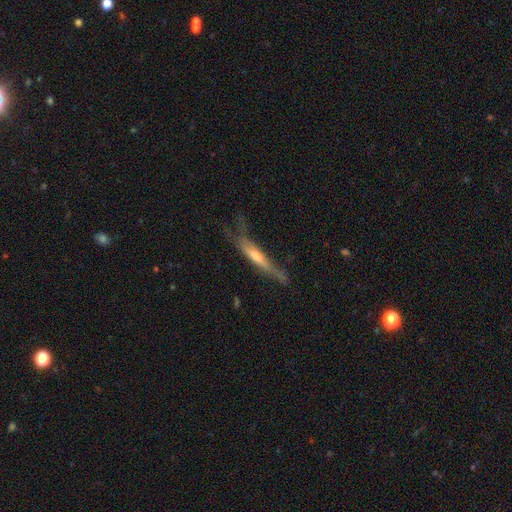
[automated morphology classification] type=featured or disk (59%); edge-on=yes (82%); merging=none (49%).